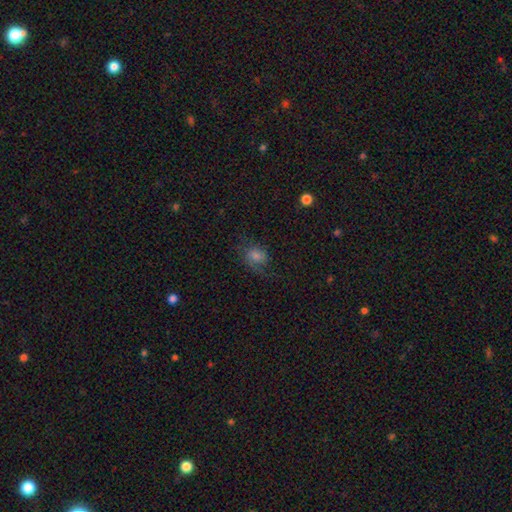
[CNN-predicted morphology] A smooth galaxy with no disk features (50%). Merging: none (56%).